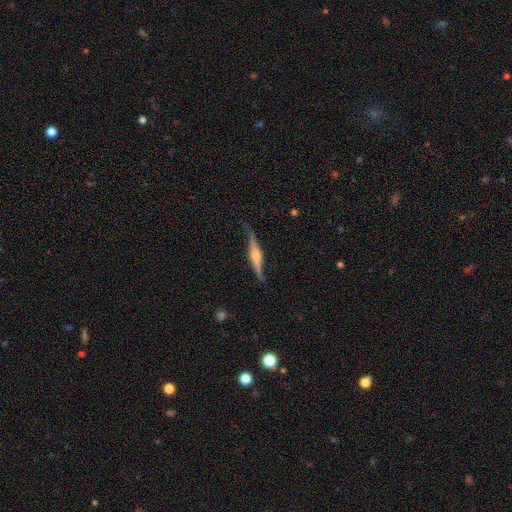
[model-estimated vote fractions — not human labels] Smooth or featured? Predicted: featured or disk (p=0.80). Edge-on disk? Predicted: yes (p=0.94). Edge-on bulge? Predicted: rounded (p=0.84). Merging? Predicted: none (p=0.71).